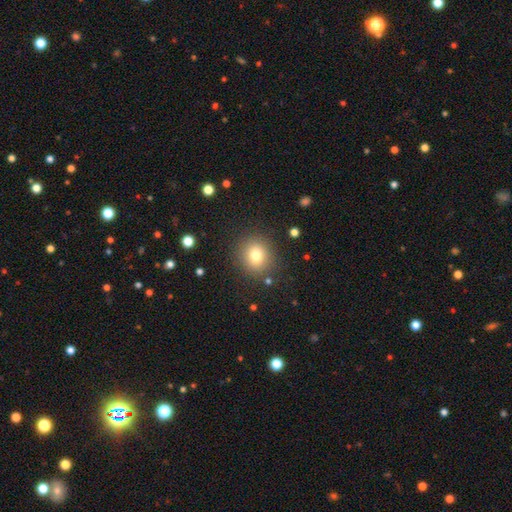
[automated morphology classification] This appears to be a smooth galaxy with no disk features (77%) that is round (82%). Merging: none (87%).